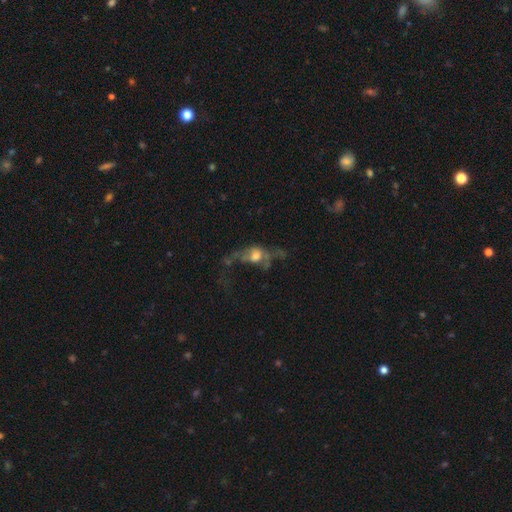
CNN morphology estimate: Smooth or featured: featured or disk — 49% (smooth — 38%)
Merging: major disturbance — 54% (none — 22%)